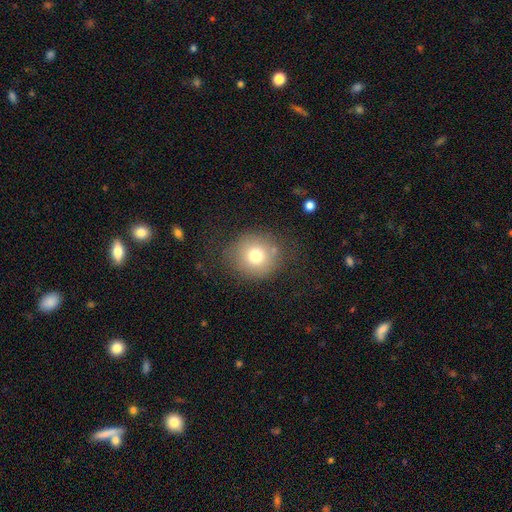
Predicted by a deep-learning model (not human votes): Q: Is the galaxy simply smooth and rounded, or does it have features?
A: smooth — 74%.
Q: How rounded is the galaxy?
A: round — 87%.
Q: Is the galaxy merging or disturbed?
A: none — 75%.